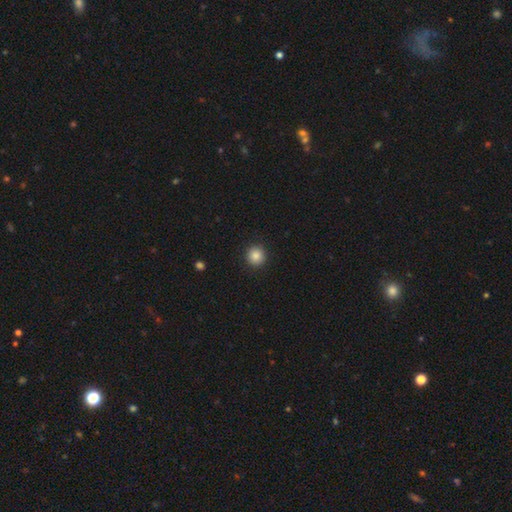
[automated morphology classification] Smooth or featured?
  - smooth: 86% *
  - star or artifact: 10%
  - featured or disk: 4%
How rounded?
  - round: 94% *
  - in between: 5%
  - cigar-shaped: 1%
Merging?
  - none: 92% *
  - minor disturbance: 5%
  - major disturbance: 2%
  - merger: 1%